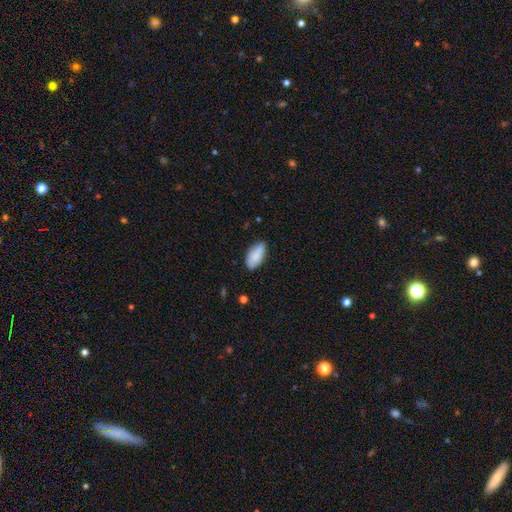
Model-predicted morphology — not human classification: The model was most divided on "merging": none: 80%, minor disturbance: 16%, major disturbance: 3%, merger: 1%. More confident: how rounded — in between (92%); smooth or featured — smooth (88%).